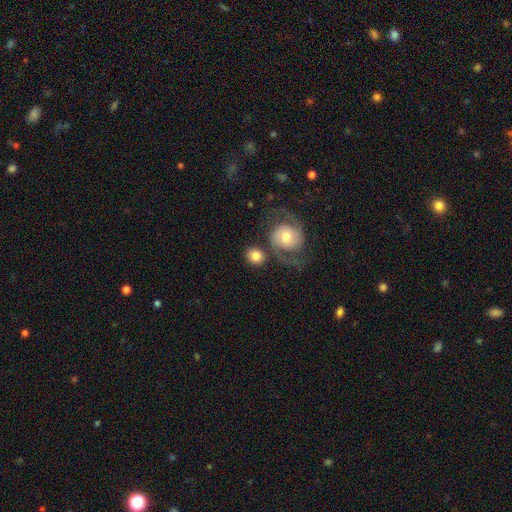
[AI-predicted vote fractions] A smooth galaxy with no disk features (71%) that is round (77%). Merging: none (63%).